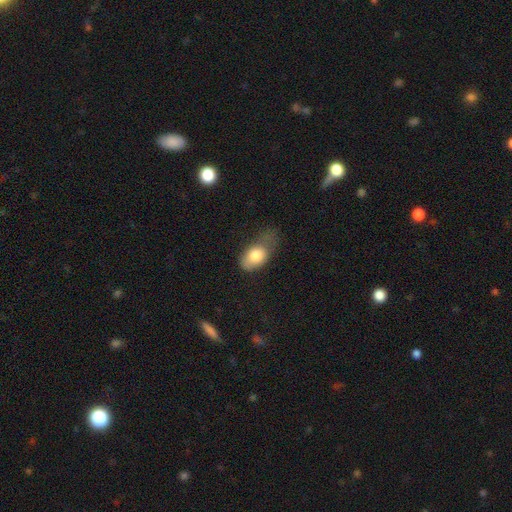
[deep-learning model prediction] Morphology: type=smooth (79%); roundness=in between (86%); merging=minor disturbance (37%).